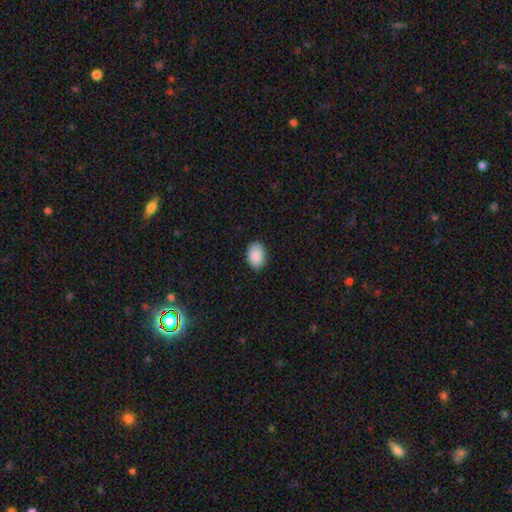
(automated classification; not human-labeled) Overall: smooth (90%). How rounded: in between (85%). Merging: none (85%).